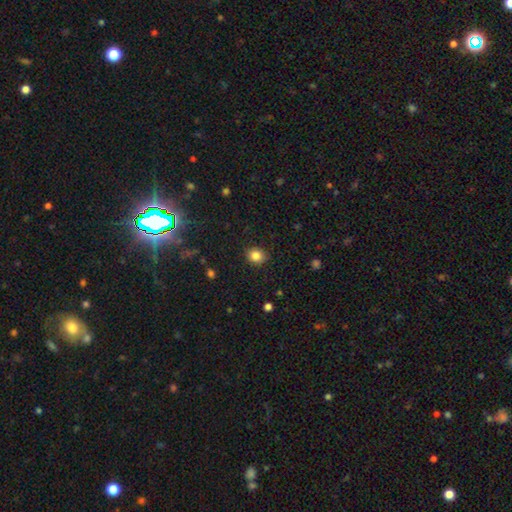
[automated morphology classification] type=smooth (84%); roundness=round (72%); merging=none (87%).